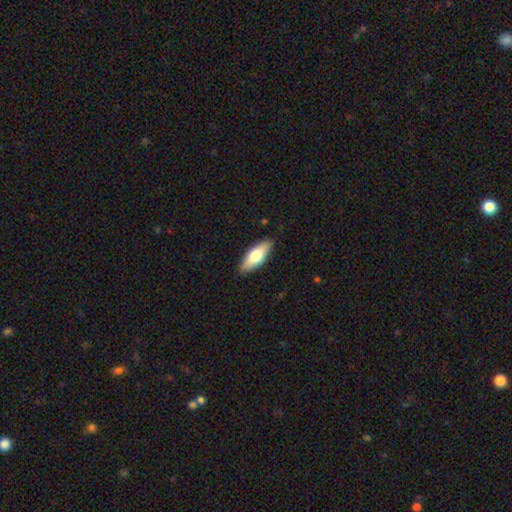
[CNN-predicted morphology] Smooth or featured?
  - smooth: 65% *
  - featured or disk: 30%
  - star or artifact: 5%
How rounded?
  - in between: 67% *
  - cigar-shaped: 30%
  - round: 2%
Merging?
  - none: 87% *
  - minor disturbance: 10%
  - major disturbance: 2%
  - merger: 1%